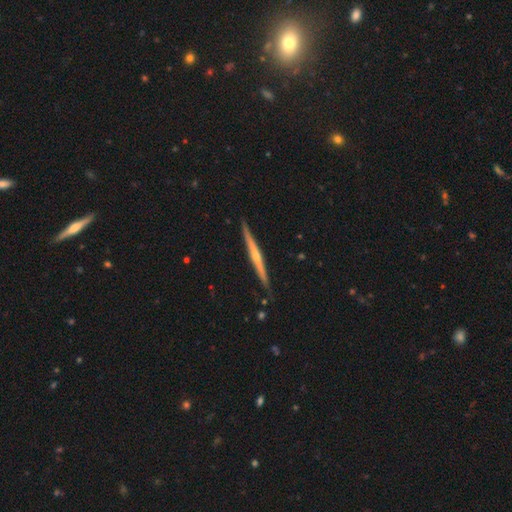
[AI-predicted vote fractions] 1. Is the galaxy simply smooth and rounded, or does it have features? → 75% featured or disk, 20% smooth, 5% star or artifact.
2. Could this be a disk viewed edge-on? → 98% yes, 2% no.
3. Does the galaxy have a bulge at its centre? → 66% rounded, 30% none, 4% boxy.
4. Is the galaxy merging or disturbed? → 90% none, 8% minor disturbance, 1% merger, 1% major disturbance.